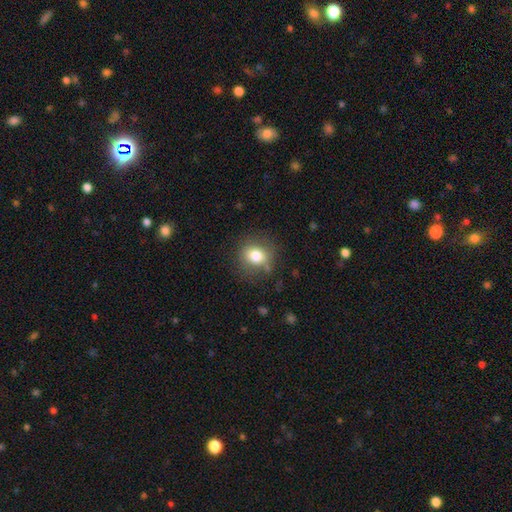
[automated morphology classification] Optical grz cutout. It shows a smooth galaxy with no disk features (77%) that is round (71%). Merging: none (77%).